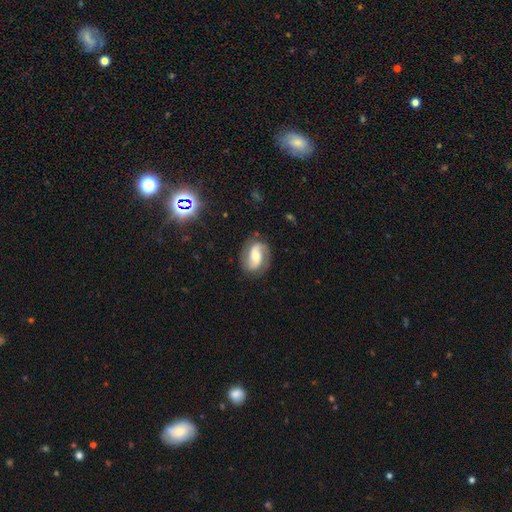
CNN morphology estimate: Smooth or featured? Predicted: featured or disk (p=0.79). Edge-on disk? Predicted: no (p=0.97). Bar? Predicted: weak (p=0.38). Spiral arms? Predicted: yes (p=0.94). Spiral winding? Predicted: medium (p=0.45). Spiral arm count? Predicted: 2 (p=0.89). Bulge size? Predicted: moderate (p=0.59). Merging? Predicted: none (p=0.80).